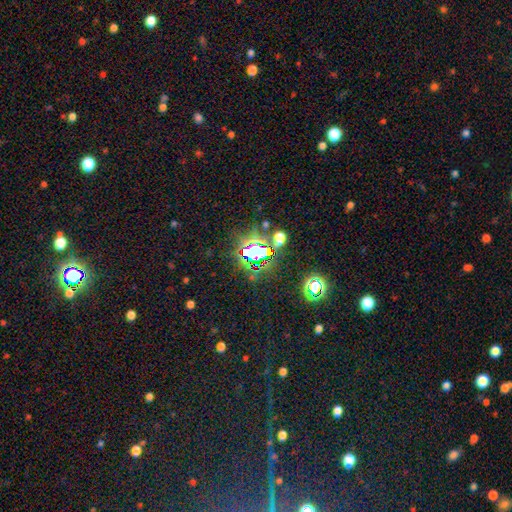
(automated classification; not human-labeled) This is likely a star or artifact rather than a galaxy (76%).